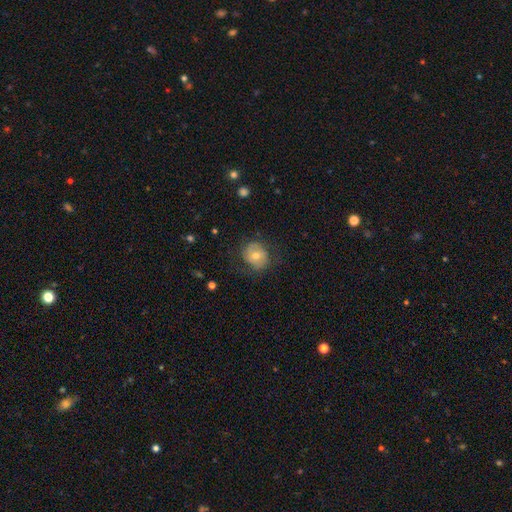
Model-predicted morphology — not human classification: smooth-or-featured: smooth: 56% | featured or disk: 36% | star or artifact: 8%
  how-rounded: round: 72% | in between: 27% | cigar-shaped: 1%
  merging: none: 66% | minor disturbance: 21% | major disturbance: 12% | merger: 1%